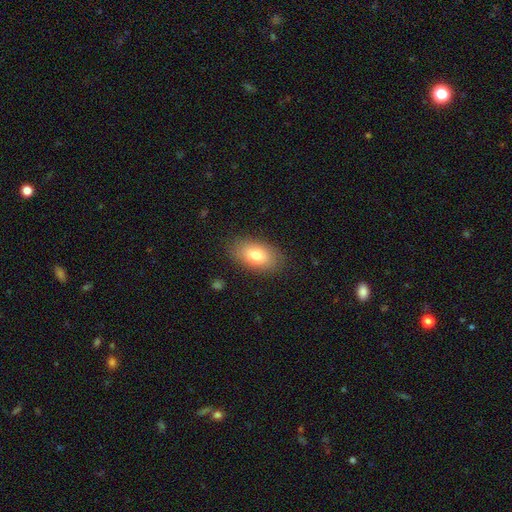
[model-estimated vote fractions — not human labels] Smooth or featured? smooth (78%)
How rounded? in between (91%)
Merging? none (85%)